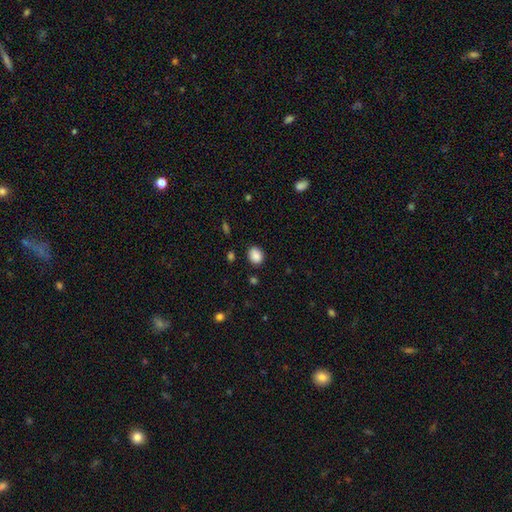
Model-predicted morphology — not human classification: This appears to be a smooth galaxy with no disk features (87%) that is in between round and cigar-shaped (51%). Merging: none (82%).